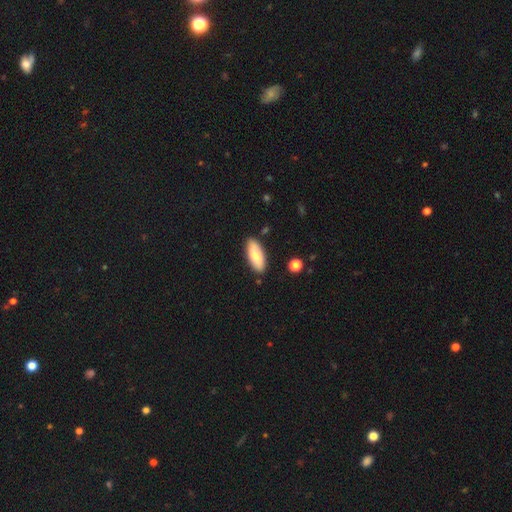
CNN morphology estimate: type=smooth (77%); roundness=in between (77%); merging=none (85%).